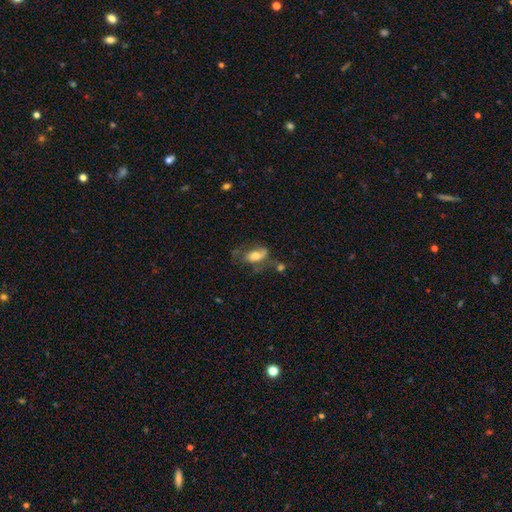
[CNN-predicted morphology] This is likely a smooth galaxy (62%). How rounded: clearly in between (86%). Merging: marginally none (38%).